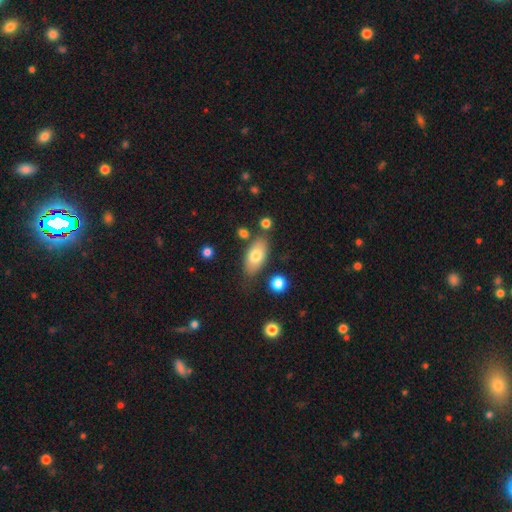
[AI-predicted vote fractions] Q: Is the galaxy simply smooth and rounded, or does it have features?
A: smooth — 74%.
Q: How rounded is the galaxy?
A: in between — 89%.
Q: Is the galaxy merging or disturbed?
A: none — 77%.